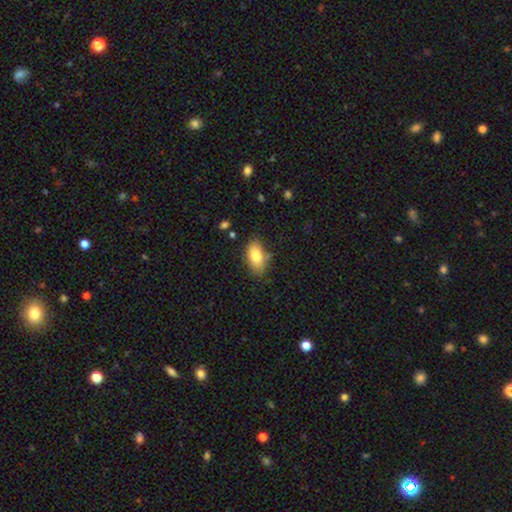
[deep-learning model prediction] The model was most divided on "merging": none: 75%, minor disturbance: 18%, major disturbance: 4%, merger: 3%. More confident: how rounded — in between (92%); smooth or featured — smooth (81%).